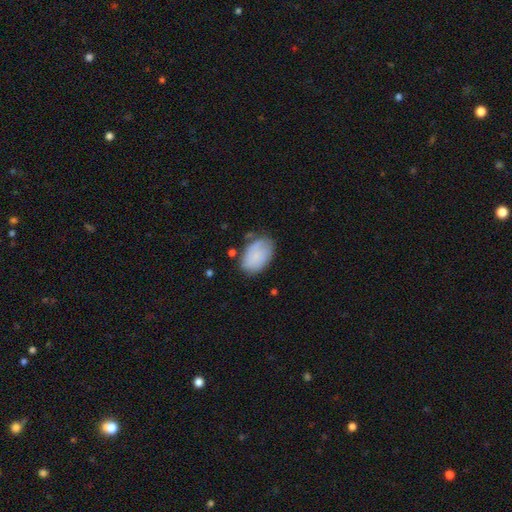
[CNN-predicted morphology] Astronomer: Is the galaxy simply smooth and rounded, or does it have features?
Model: smooth — 76%.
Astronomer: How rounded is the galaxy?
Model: in between — 89%.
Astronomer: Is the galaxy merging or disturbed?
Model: none — 63%.